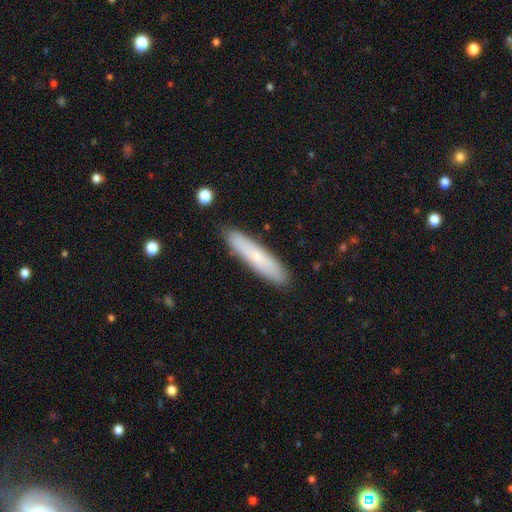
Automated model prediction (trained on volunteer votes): This appears to be a smooth galaxy with no disk features (62%) that is cigar-shaped (87%). Merging: none (87%).